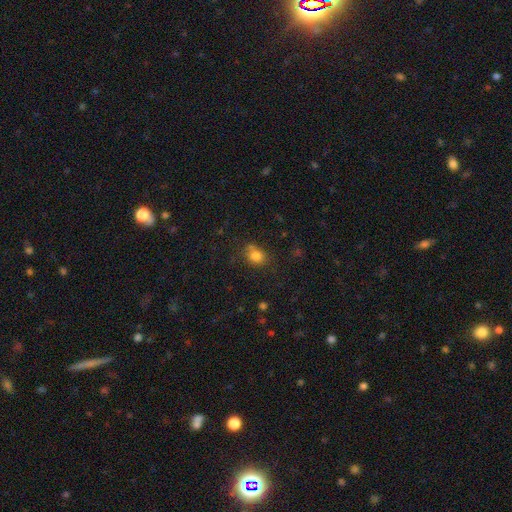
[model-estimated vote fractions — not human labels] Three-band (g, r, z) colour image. It shows a smooth galaxy with no disk features (80%) that is round (58%). Merging: none (64%).